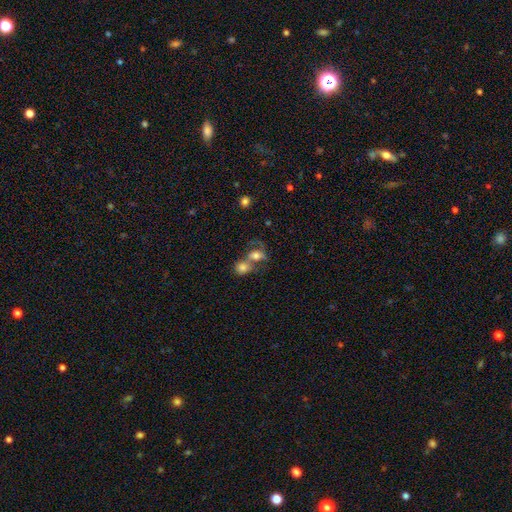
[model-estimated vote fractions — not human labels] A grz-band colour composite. It shows a smooth galaxy with no disk features (61%) that is in between round and cigar-shaped (52%). Merging: merger (65%).